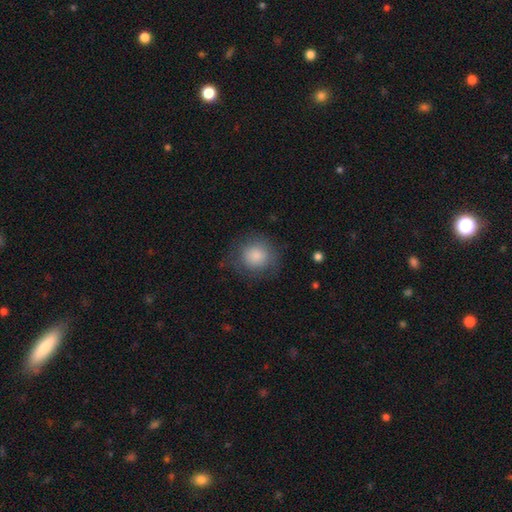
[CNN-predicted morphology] smooth_or_featured: smooth (p=0.85) [alt: featured or disk p=0.08]
how_rounded: round (p=0.89) [alt: in between p=0.10]
merging: none (p=0.74) [alt: minor disturbance p=0.16]